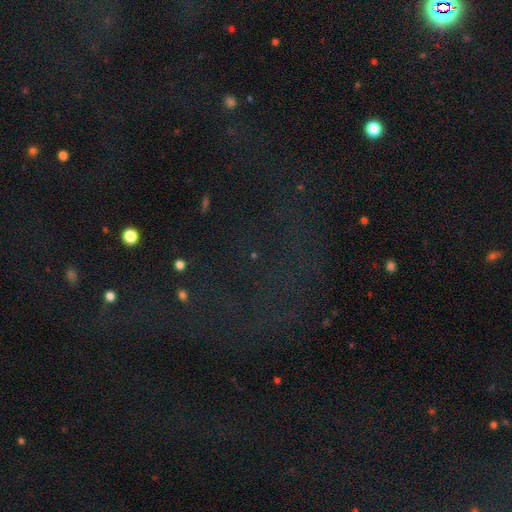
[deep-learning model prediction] Morphology: type=star or artifact (69%).